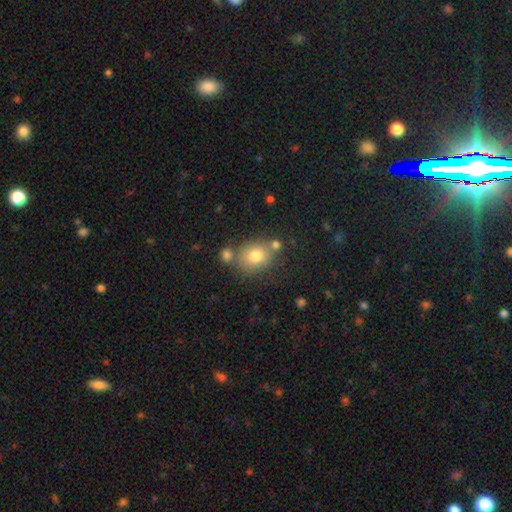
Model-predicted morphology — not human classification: smooth 77%, featured or disk 12%, star or artifact 11%. Down the decision tree: how rounded — round (62%); merging — none (64%).